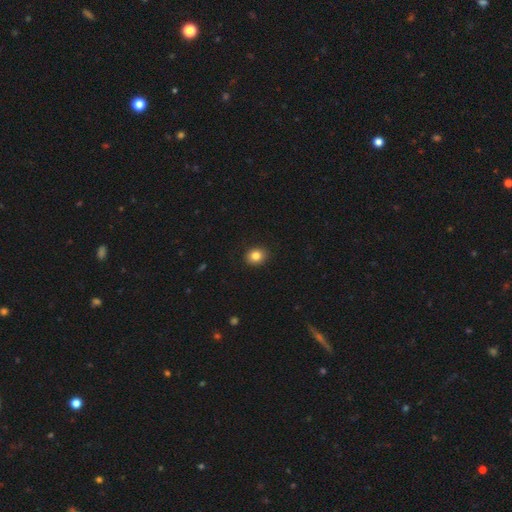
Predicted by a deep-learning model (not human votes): smooth-or-featured: smooth: 83% | star or artifact: 10% | featured or disk: 7%
  how-rounded: round: 59% | in between: 40% | cigar-shaped: 1%
  merging: none: 91% | minor disturbance: 7% | major disturbance: 2% | merger: 1%